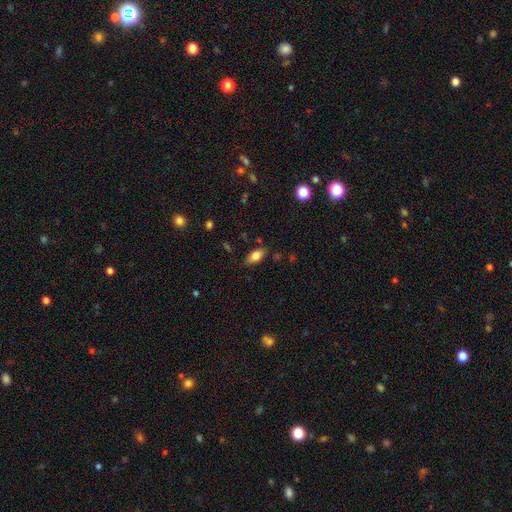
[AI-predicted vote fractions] Overall: smooth (78%). How rounded: in between (88%). Merging: none (80%).